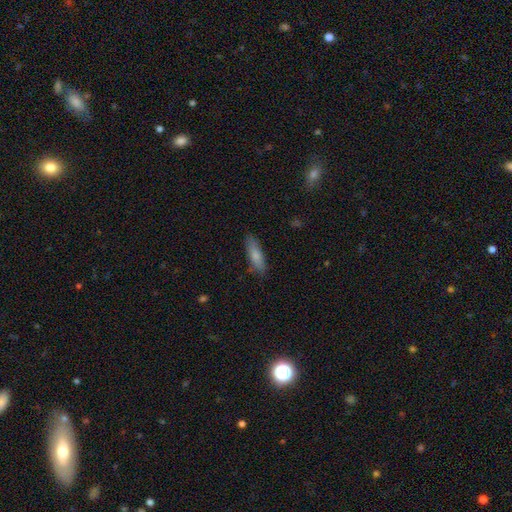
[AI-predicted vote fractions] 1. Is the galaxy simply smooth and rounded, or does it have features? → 77% smooth, 17% featured or disk, 6% star or artifact.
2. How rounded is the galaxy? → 58% cigar-shaped, 40% in between, 2% round.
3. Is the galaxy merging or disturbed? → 81% none, 14% minor disturbance, 3% major disturbance, 2% merger.